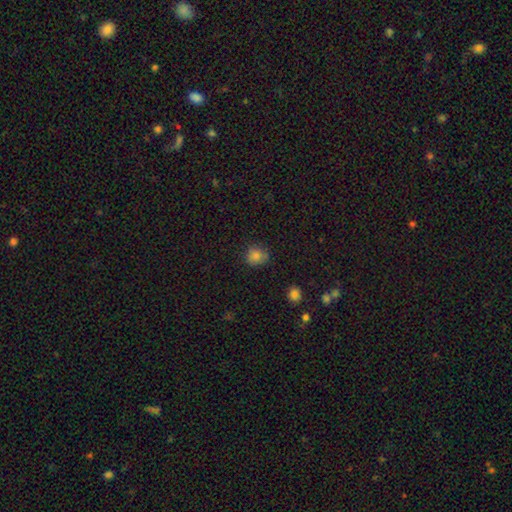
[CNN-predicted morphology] A smooth galaxy with no disk features (82%) that is round (76%). Merging: none (77%).